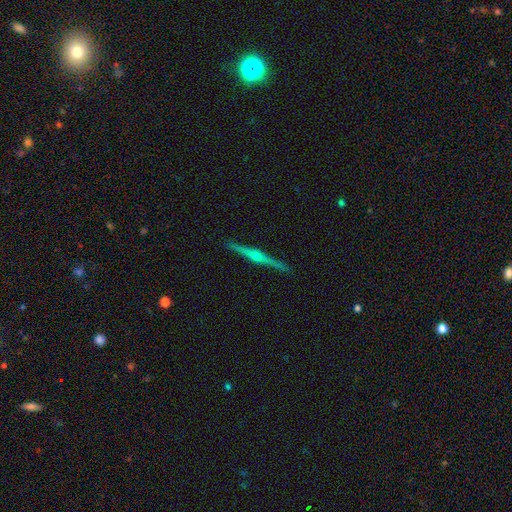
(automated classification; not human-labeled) A featured or disk galaxy (83%) viewed edge-on (99%) with a rounded central bulge (83%).

Vote fractions:
- Smooth or featured? featured or disk: 83% / smooth: 11% / star or artifact: 6%
- Edge-on disk? yes: 99% / no: 1%
- Edge-on bulge? rounded: 83% / boxy: 10% / none: 8%
- Merging? none: 92% / minor disturbance: 6% / major disturbance: 1% / merger: 1%